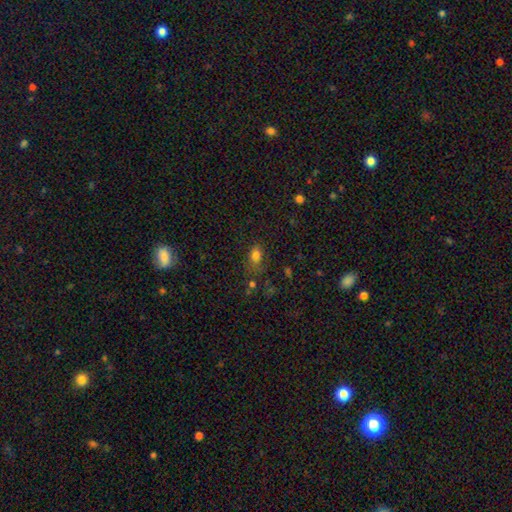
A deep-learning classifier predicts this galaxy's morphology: smooth_or_featured: smooth (p=0.79) [alt: star or artifact p=0.14]
how_rounded: in between (p=0.81) [alt: round p=0.16]
merging: none (p=0.61) [alt: minor disturbance p=0.23]